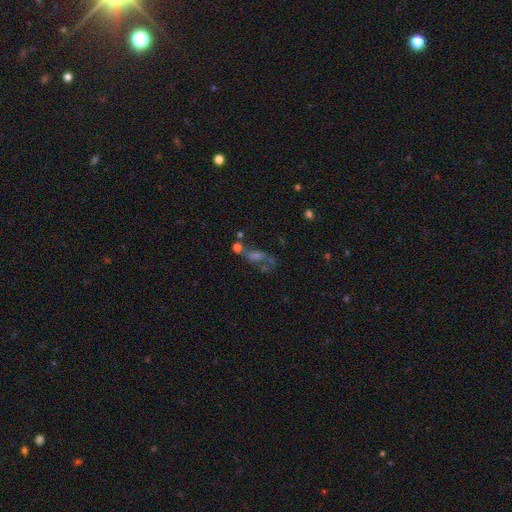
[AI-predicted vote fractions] Smooth or featured? featured or disk (46%)
Merging? none (35%)